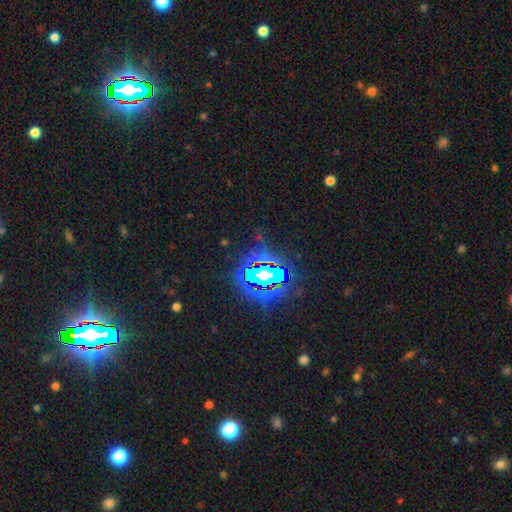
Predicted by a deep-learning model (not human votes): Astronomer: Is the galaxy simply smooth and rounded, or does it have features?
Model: star or artifact — 84%.